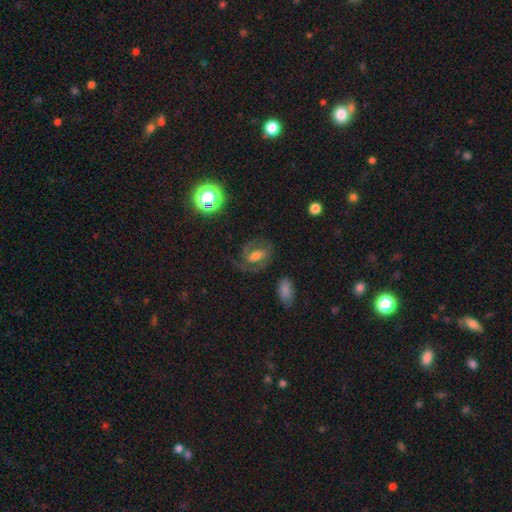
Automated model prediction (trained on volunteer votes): Q: Smooth or featured?
A: featured or disk (70%); runner-up: smooth (18%)
Q: Edge-on disk?
A: no (96%); runner-up: yes (4%)
Q: Bar?
A: weak (46%); runner-up: strong (28%)
Q: Spiral arms?
A: yes (89%); runner-up: no (11%)
Q: Spiral winding?
A: medium (51%); runner-up: tight (34%)
Q: Spiral arm count?
A: 2 (82%); runner-up: can't tell (8%)
Q: Bulge size?
A: moderate (56%); runner-up: small (24%)
Q: Merging?
A: none (71%); runner-up: minor disturbance (16%)